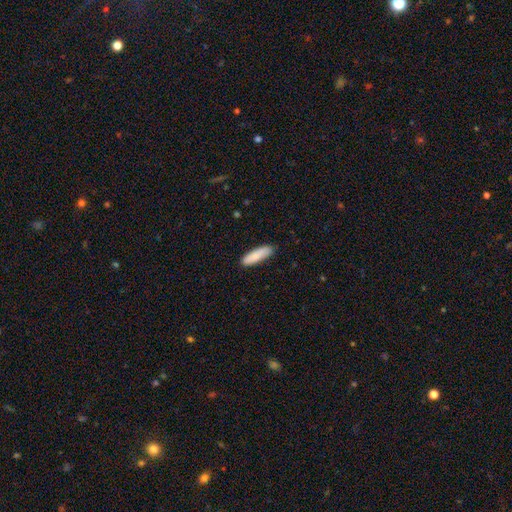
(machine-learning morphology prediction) Q: Smooth or featured?
A: smooth (87%); runner-up: featured or disk (8%)
Q: How rounded?
A: cigar-shaped (61%); runner-up: in between (38%)
Q: Merging?
A: none (88%); runner-up: minor disturbance (9%)